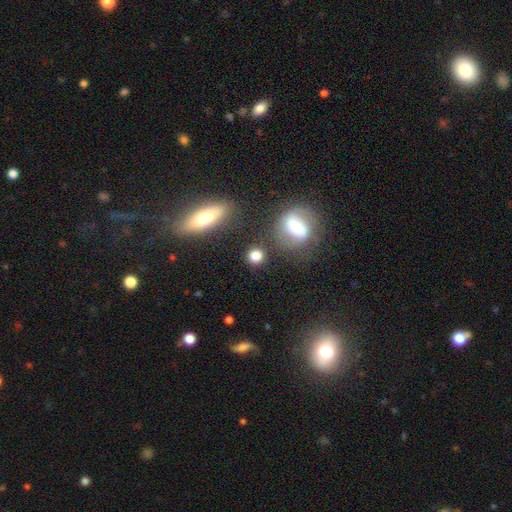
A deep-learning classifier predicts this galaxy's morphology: smooth_or_featured: smooth (p=0.82) [alt: star or artifact p=0.10]
how_rounded: round (p=0.85) [alt: in between p=0.12]
merging: none (p=0.78) [alt: minor disturbance p=0.10]